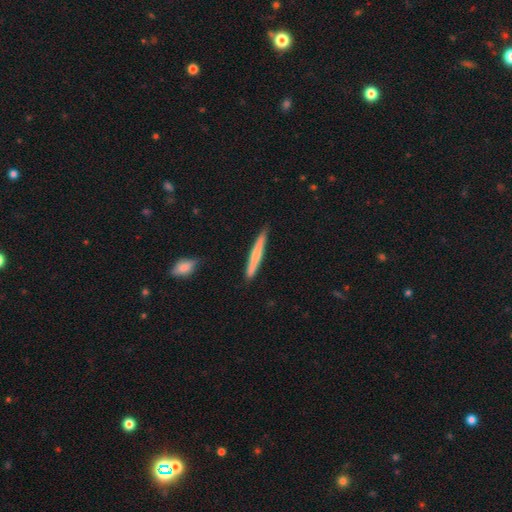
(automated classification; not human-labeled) Smooth or featured? smooth (58%)
How rounded? cigar-shaped (96%)
Merging? none (87%)